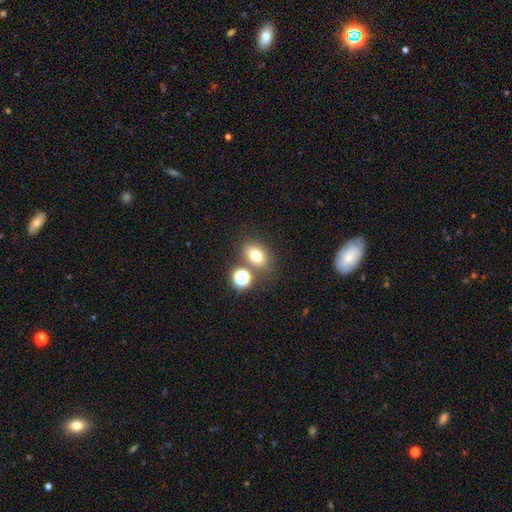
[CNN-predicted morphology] smooth_or_featured: smooth (p=0.76) [alt: star or artifact p=0.15]
how_rounded: in between (p=0.68) [alt: round p=0.31]
merging: none (p=0.69) [alt: merger p=0.16]